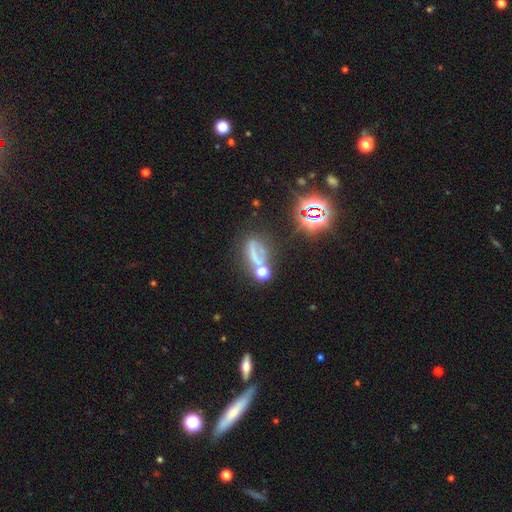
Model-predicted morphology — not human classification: Smooth or featured: star or artifact — 41% (smooth — 35%)